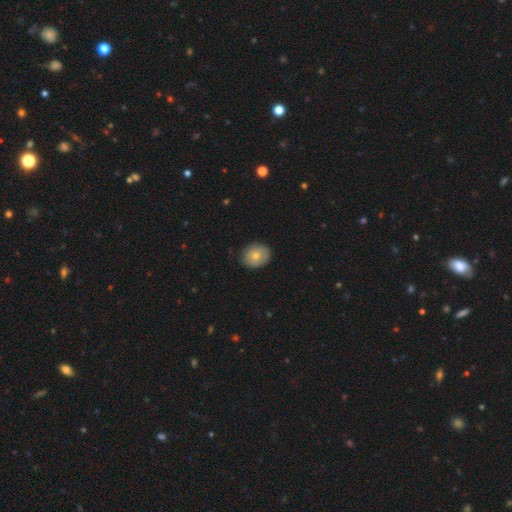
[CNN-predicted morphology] Smooth or featured? Predicted: smooth (p=0.71). How rounded? Predicted: round (p=0.57). Merging? Predicted: none (p=0.84).